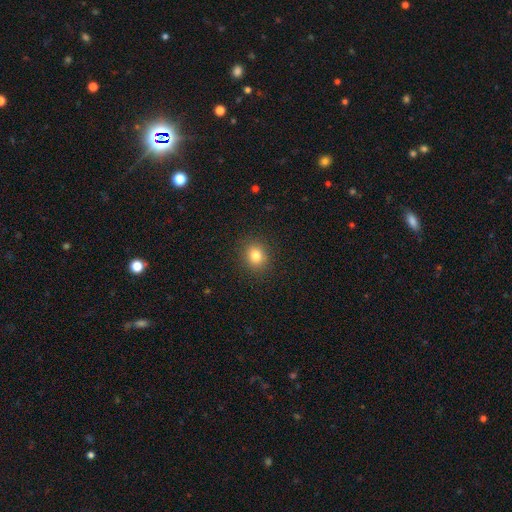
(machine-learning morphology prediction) smooth-or-featured: smooth: 81% | star or artifact: 12% | featured or disk: 7%
  how-rounded: round: 71% | in between: 28% | cigar-shaped: 1%
  merging: none: 90% | minor disturbance: 7% | major disturbance: 2% | merger: 1%